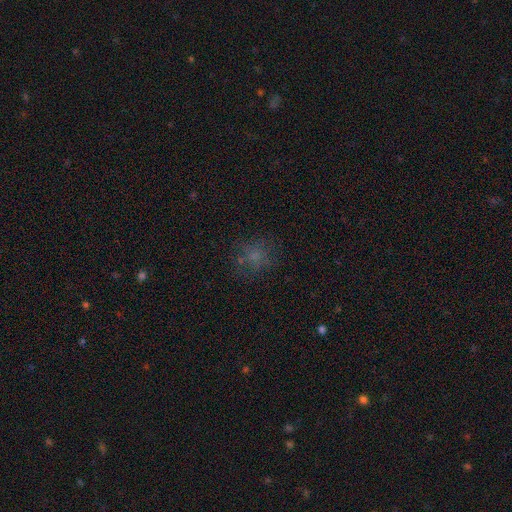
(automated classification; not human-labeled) Q: Smooth or featured?
A: smooth (60%); runner-up: star or artifact (24%)
Q: How rounded?
A: round (80%); runner-up: in between (19%)
Q: Merging?
A: none (70%); runner-up: minor disturbance (15%)